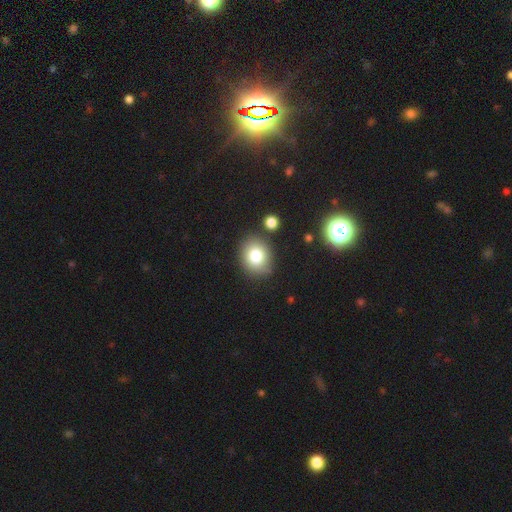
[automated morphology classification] Q: Smooth or featured?
A: smooth (80%); runner-up: star or artifact (11%)
Q: How rounded?
A: round (61%); runner-up: in between (39%)
Q: Merging?
A: none (81%); runner-up: minor disturbance (11%)